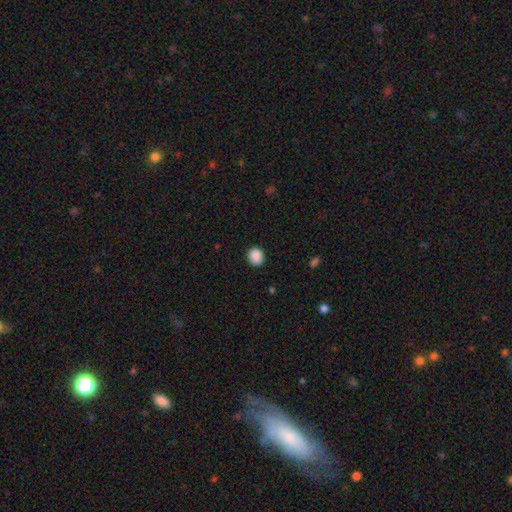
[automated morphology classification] This appears to be a smooth galaxy with no disk features (89%) that is round (81%). Merging: none (90%).